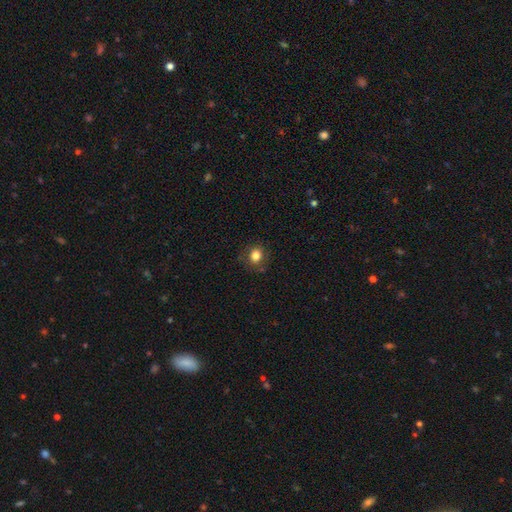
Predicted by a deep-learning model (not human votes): The model was most divided on "how rounded": round: 78%, in between: 21%, cigar-shaped: 1%. More confident: merging — none (84%); smooth or featured — smooth (81%).